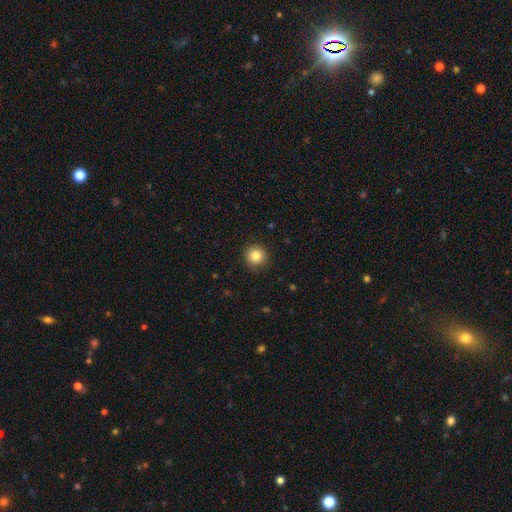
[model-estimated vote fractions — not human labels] Smooth or featured? smooth (85%)
How rounded? round (94%)
Merging? none (89%)